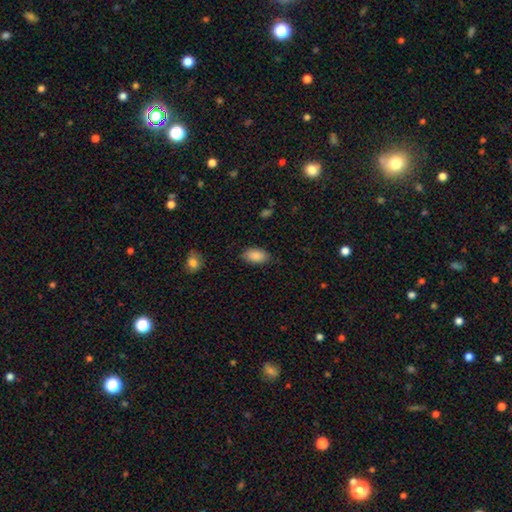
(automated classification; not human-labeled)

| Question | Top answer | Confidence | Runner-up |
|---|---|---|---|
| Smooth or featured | smooth | 88% | star or artifact (7%) |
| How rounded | in between | 93% | round (4%) |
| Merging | none | 83% | minor disturbance (13%) |